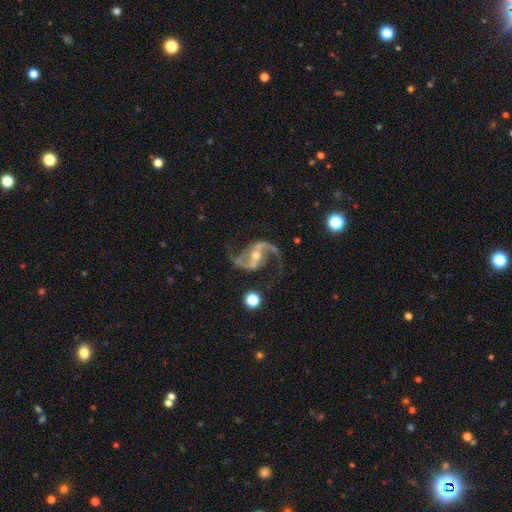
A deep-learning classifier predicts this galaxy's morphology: smooth_or_featured: featured or disk (p=0.92) [alt: star or artifact p=0.05]
disk_edge_on: no (p=0.98) [alt: yes p=0.02]
bar: strong (p=0.43) [alt: weak p=0.37]
has_spiral_arms: yes (p=0.98) [alt: no p=0.02]
spiral_winding: loose (p=0.56) [alt: medium p=0.38]
spiral_arm_count: 2 (p=0.94) [alt: 1 p=0.02]
bulge_size: moderate (p=0.57) [alt: small p=0.37]
merging: none (p=0.75) [alt: minor disturbance p=0.13]